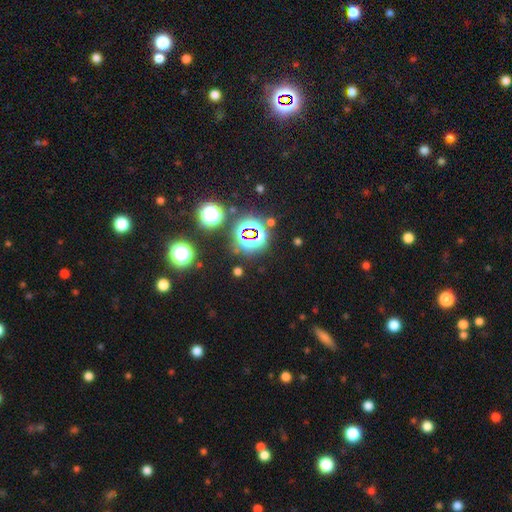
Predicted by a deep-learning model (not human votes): Smooth or featured: star or artifact — 79% (smooth — 14%)